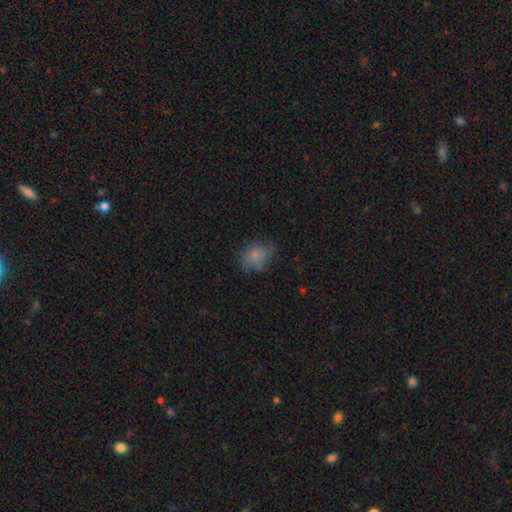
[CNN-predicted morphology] This appears to be a smooth galaxy with no disk features (79%) that is in between round and cigar-shaped (62%). Merging: none (64%).